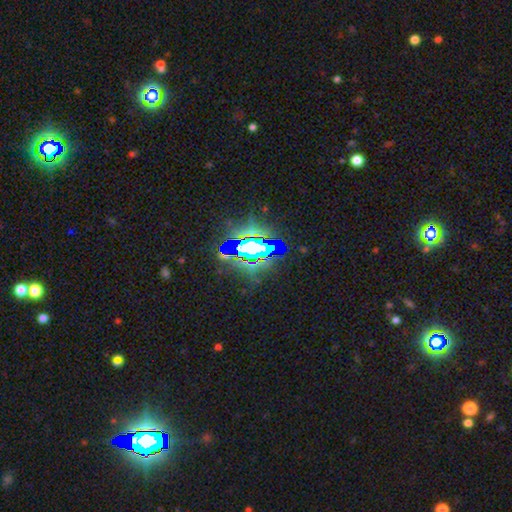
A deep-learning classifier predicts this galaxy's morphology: This is clearly a star or artifact rather than a galaxy (81%).